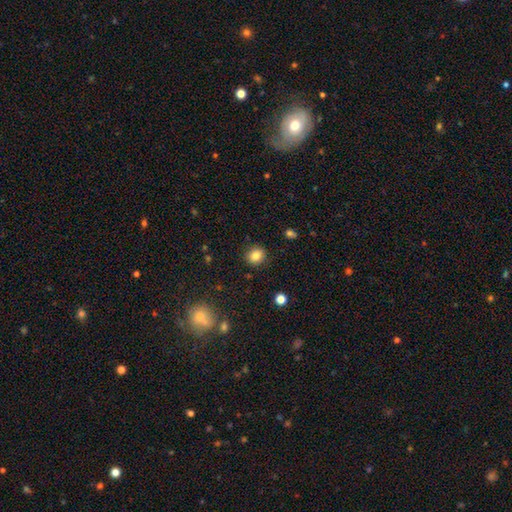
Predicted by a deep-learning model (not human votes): Smooth or featured? smooth (84%)
How rounded? round (72%)
Merging? none (89%)